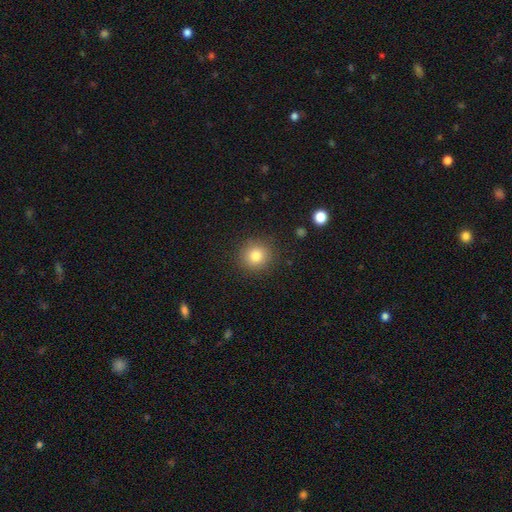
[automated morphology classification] The model was most divided on "smooth or featured": smooth: 81%, star or artifact: 11%, featured or disk: 8%. More confident: how rounded — round (91%); merging — none (89%).